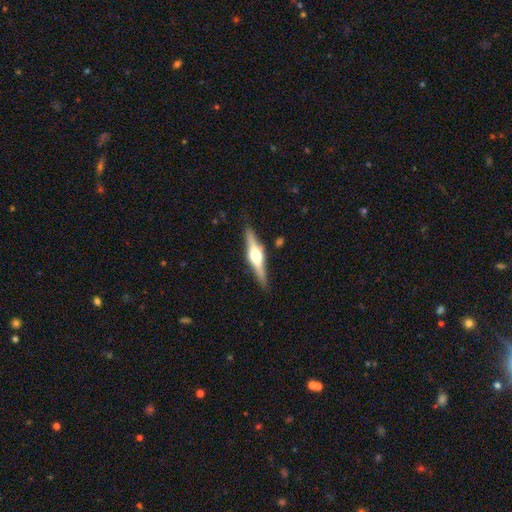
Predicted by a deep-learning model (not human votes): smooth-or-featured: featured or disk: 76% | smooth: 18% | star or artifact: 6%
  disk-edge-on: yes: 98% | no: 2%
    edge-on-bulge: rounded: 94% | boxy: 5% | none: 2%
  merging: none: 88% | minor disturbance: 9% | major disturbance: 2% | merger: 1%